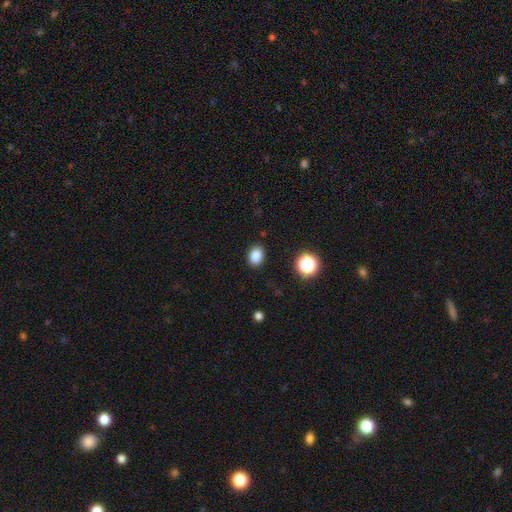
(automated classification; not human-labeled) Smooth or featured? smooth (84%)
How rounded? in between (66%)
Merging? none (88%)